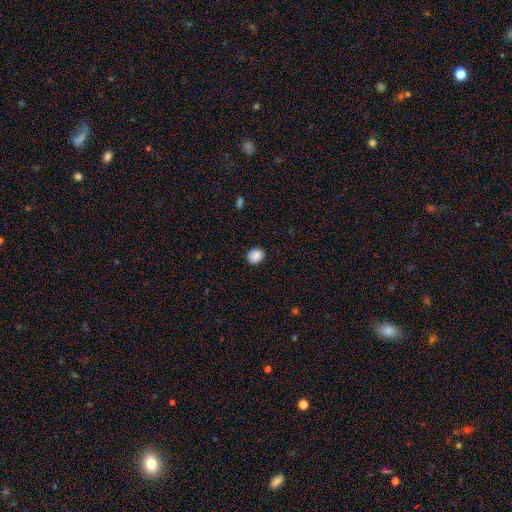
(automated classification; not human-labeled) Smooth or featured? Predicted: smooth (p=0.88). How rounded? Predicted: round (p=0.66). Merging? Predicted: none (p=0.86).